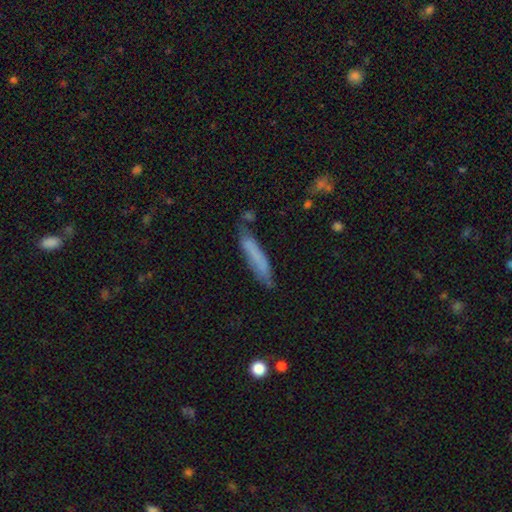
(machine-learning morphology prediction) Smooth or featured?
  - smooth: 70% *
  - featured or disk: 23%
  - star or artifact: 8%
How rounded?
  - cigar-shaped: 89% *
  - in between: 9%
  - round: 1%
Merging?
  - none: 69% *
  - minor disturbance: 21%
  - major disturbance: 5%
  - merger: 5%